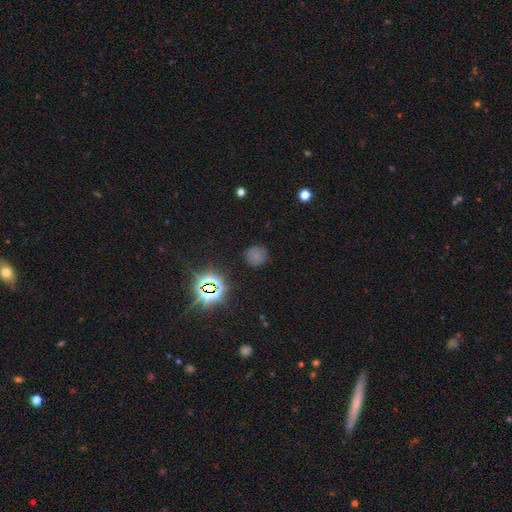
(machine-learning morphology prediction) This appears to be a smooth galaxy with no disk features (61%) that is round (89%). Merging: none (81%).